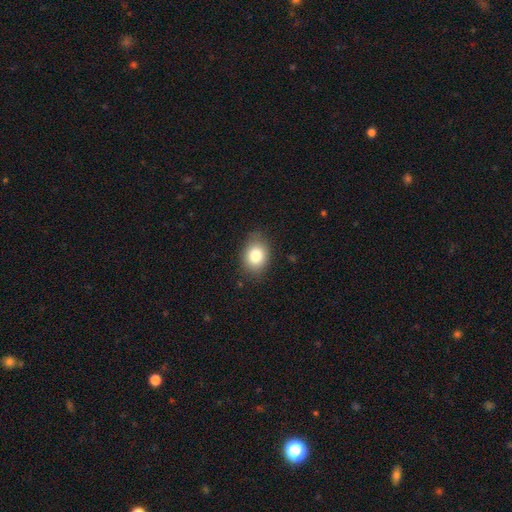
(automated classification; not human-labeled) smooth 82%, star or artifact 9%, featured or disk 9%. Down the decision tree: how rounded — in between (63%); merging — none (83%).